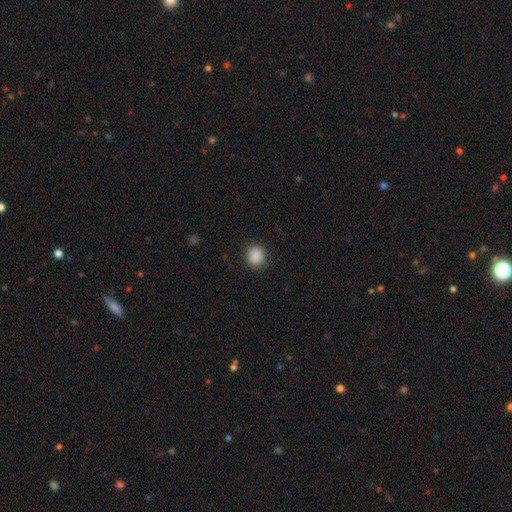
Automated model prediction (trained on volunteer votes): Smooth or featured?
  - smooth: 89% *
  - star or artifact: 9%
  - featured or disk: 3%
How rounded?
  - round: 80% *
  - in between: 19%
  - cigar-shaped: 1%
Merging?
  - none: 89% *
  - minor disturbance: 8%
  - major disturbance: 3%
  - merger: 1%